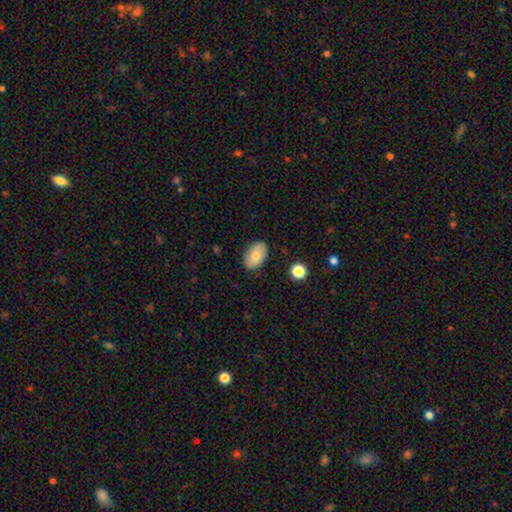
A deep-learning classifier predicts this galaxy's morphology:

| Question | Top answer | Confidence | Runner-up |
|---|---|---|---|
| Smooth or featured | smooth | 76% | featured or disk (17%) |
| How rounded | in between | 90% | round (9%) |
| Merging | none | 84% | minor disturbance (12%) |